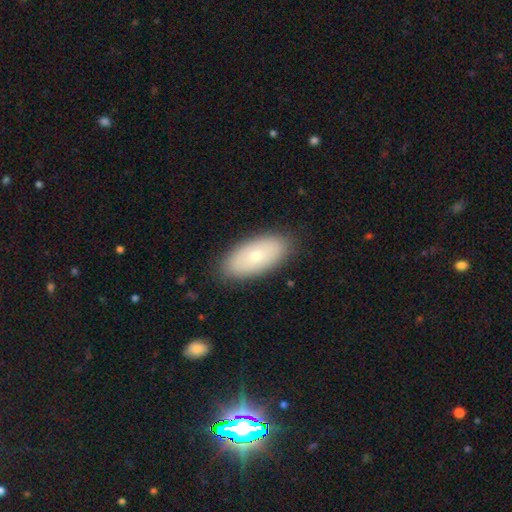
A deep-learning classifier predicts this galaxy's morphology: A smooth galaxy with no disk features (68%) that is in between round and cigar-shaped (92%). Merging: none (86%).